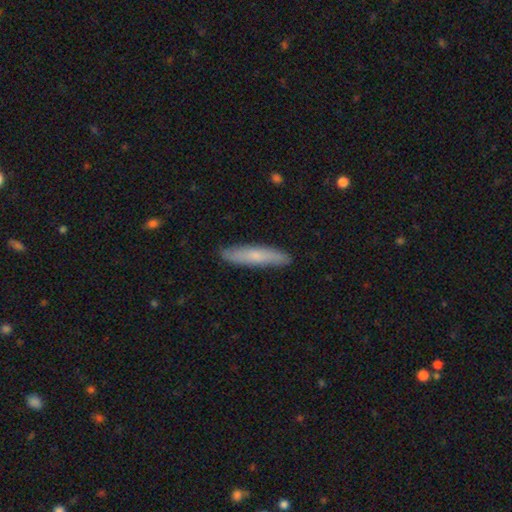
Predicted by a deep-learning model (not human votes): The model was most divided on "smooth or featured": smooth: 67%, featured or disk: 28%, star or artifact: 5%. More confident: how rounded — cigar-shaped (87%); merging — none (87%).